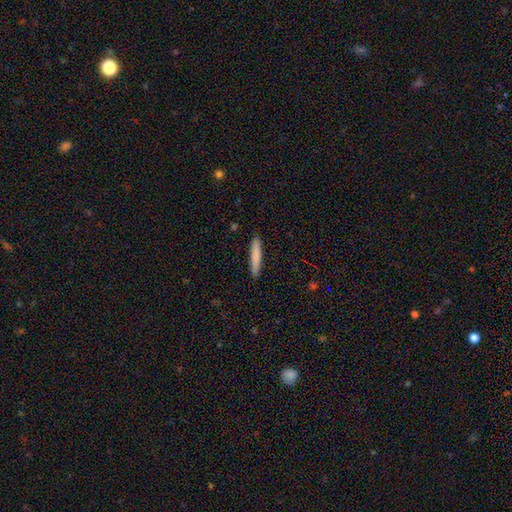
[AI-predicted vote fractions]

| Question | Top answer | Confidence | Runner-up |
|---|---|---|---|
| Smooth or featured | smooth | 81% | featured or disk (13%) |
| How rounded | cigar-shaped | 93% | in between (6%) |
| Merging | none | 91% | minor disturbance (7%) |